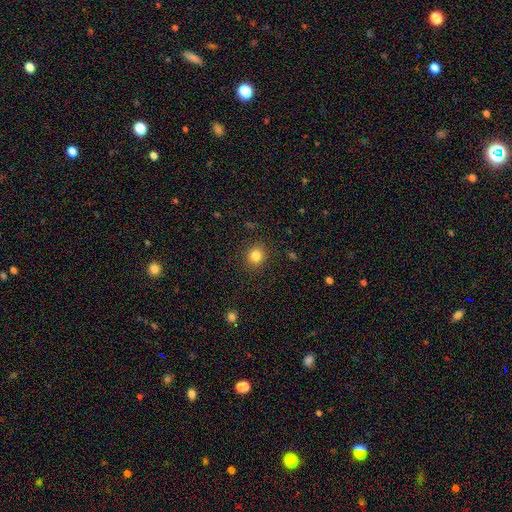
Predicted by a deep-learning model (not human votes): The model was most divided on "smooth or featured": smooth: 83%, star or artifact: 12%, featured or disk: 5%. More confident: merging — none (90%); how rounded — round (85%).